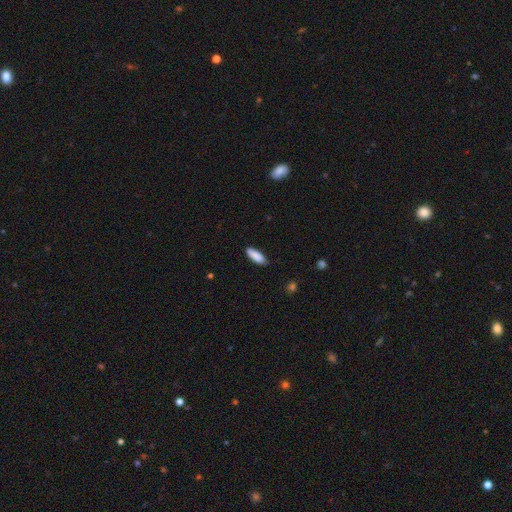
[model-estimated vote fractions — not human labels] This is clearly a smooth galaxy (87%). How rounded: possibly in between (60%). Merging: clearly none (82%).